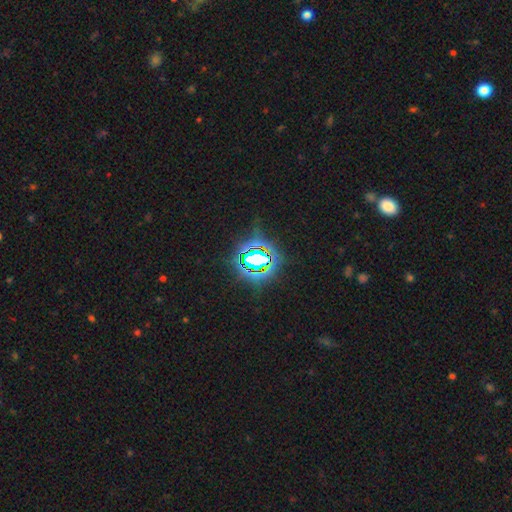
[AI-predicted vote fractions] Overall: star or artifact (75%).